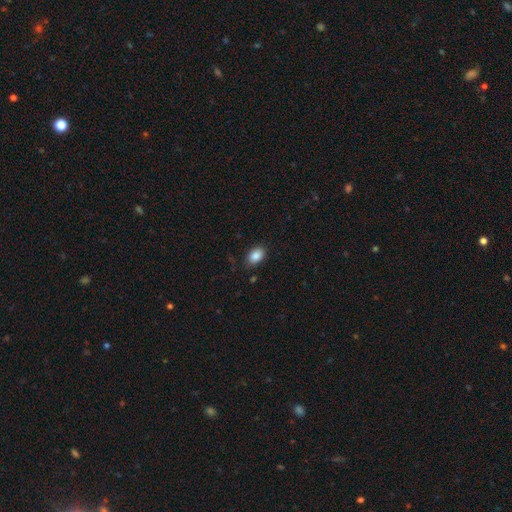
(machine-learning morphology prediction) smooth-or-featured: smooth: 87% | star or artifact: 8% | featured or disk: 5%
  how-rounded: in between: 86% | round: 13% | cigar-shaped: 1%
  merging: none: 83% | minor disturbance: 12% | major disturbance: 3% | merger: 1%